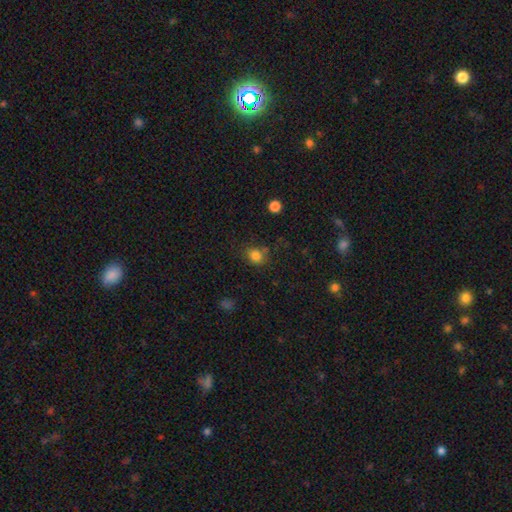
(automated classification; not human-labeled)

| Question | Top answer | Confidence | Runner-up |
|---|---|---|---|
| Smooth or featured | smooth | 82% | star or artifact (13%) |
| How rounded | round | 67% | in between (32%) |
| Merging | none | 72% | minor disturbance (16%) |